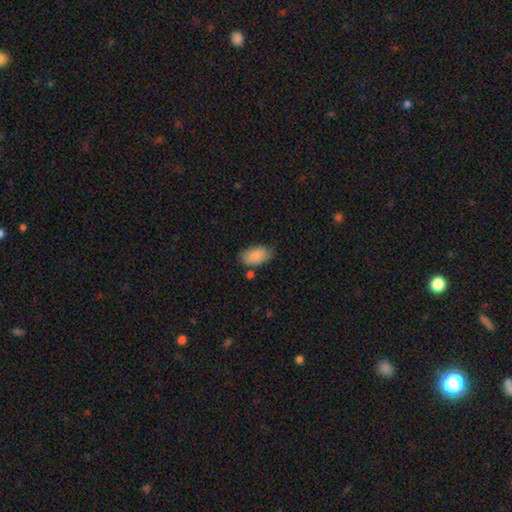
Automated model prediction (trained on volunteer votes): Q: Smooth or featured?
A: smooth (86%); runner-up: featured or disk (8%)
Q: How rounded?
A: in between (94%); runner-up: round (4%)
Q: Merging?
A: none (70%); runner-up: minor disturbance (20%)